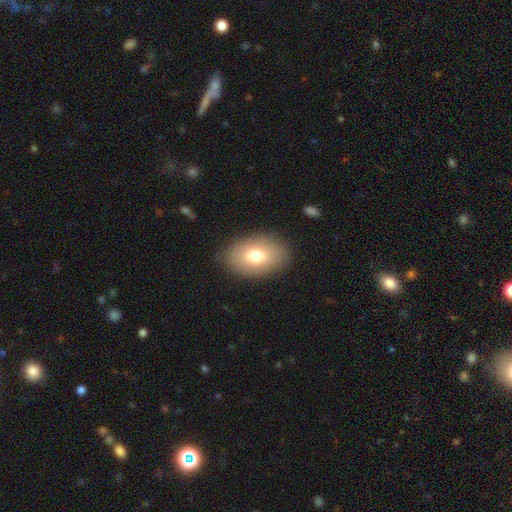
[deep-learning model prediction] Smooth or featured: smooth — 75% (featured or disk — 17%)
How rounded: in between — 86% (round — 13%)
Merging: none — 86% (minor disturbance — 10%)